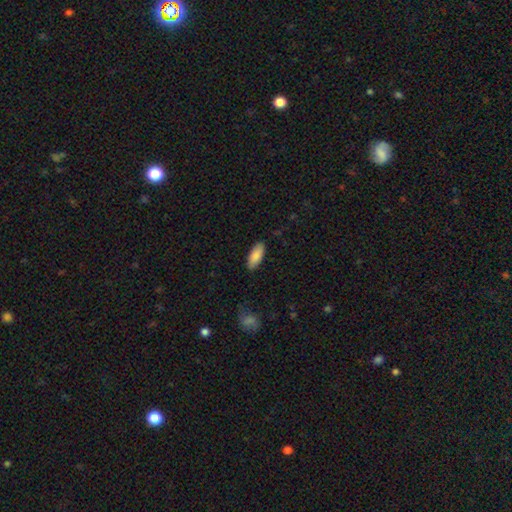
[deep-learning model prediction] Overall: smooth (86%). How rounded: in between (80%). Merging: none (85%).